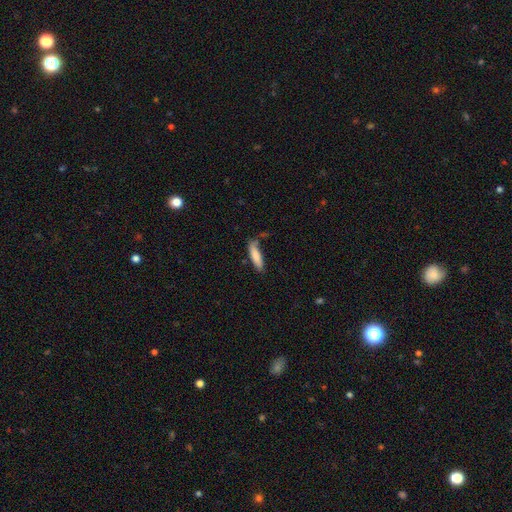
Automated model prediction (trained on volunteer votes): The model was most divided on "how rounded": cigar-shaped: 66%, in between: 33%, round: 1%. More confident: smooth or featured — smooth (82%); merging — none (67%).